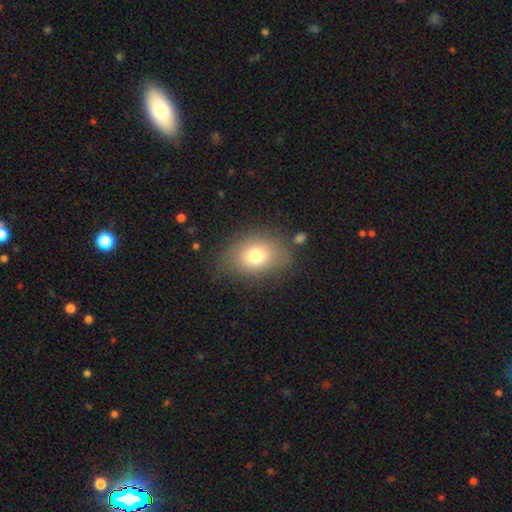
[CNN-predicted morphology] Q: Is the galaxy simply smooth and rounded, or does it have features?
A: smooth — 76%.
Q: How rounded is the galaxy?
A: in between — 69%.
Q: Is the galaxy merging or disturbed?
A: none — 76%.